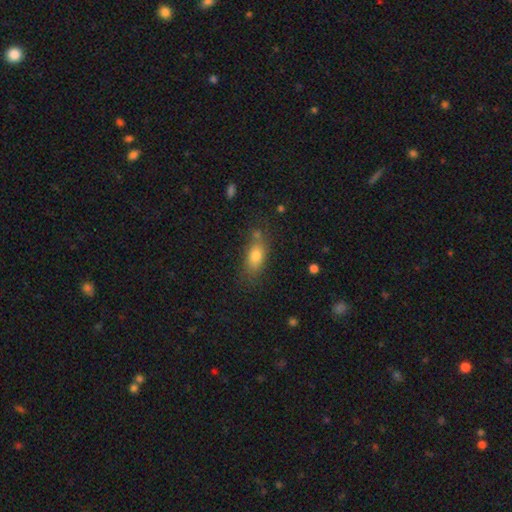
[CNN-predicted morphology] smooth_or_featured: smooth (p=0.77) [alt: featured or disk p=0.13]
how_rounded: in between (p=0.78) [alt: cigar-shaped p=0.13]
merging: none (p=0.63) [alt: minor disturbance p=0.20]